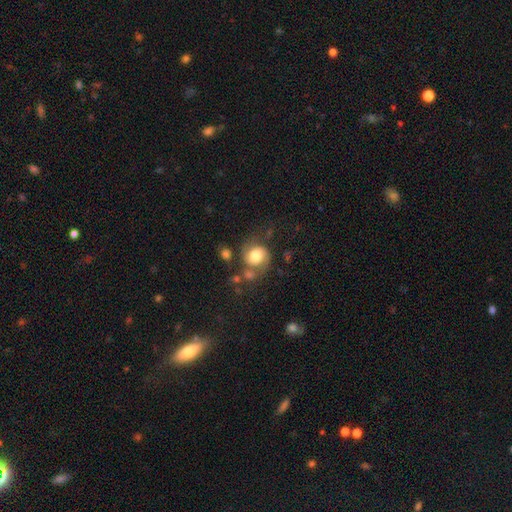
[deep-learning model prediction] smooth-or-featured: smooth: 46% | featured or disk: 45% | star or artifact: 9%
  merging: none: 54% | minor disturbance: 21% | major disturbance: 14% | merger: 11%